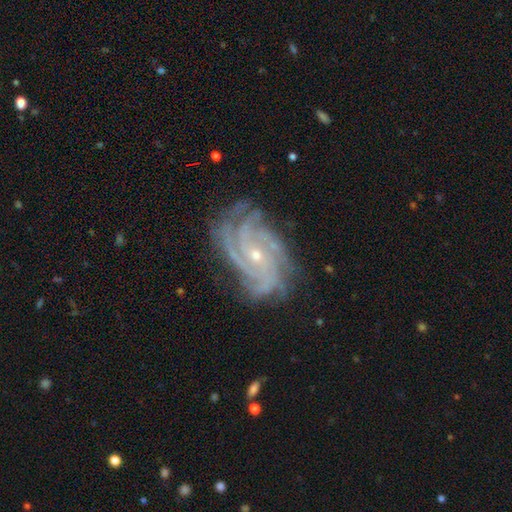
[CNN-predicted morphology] The model was most divided on "spiral arm count": 4: 35%, 3: 18%, more than 4: 15%, can't tell: 15%, 2: 9%, 1: 8%. More confident: spiral arms — yes (98%); edge-on disk — no (97%); smooth or featured — featured or disk (91%); merging — none (76%); bulge size — small (71%); spiral winding — tight (68%); bar — no (63%).